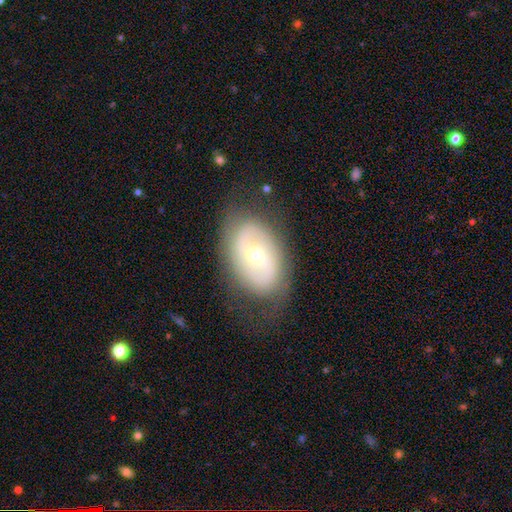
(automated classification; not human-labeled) Smooth or featured?
  - featured or disk: 56% *
  - smooth: 36%
  - star or artifact: 8%
Edge-on disk?
  - no: 92% *
  - yes: 8%
Bar?
  - no: 69% *
  - weak: 22%
  - strong: 9%
Spiral arms?
  - no: 58% *
  - yes: 42%
Bulge size?
  - small: 49% *
  - moderate: 47%
  - large: 2%
  - dominant: 1%
  - none: 1%
Merging?
  - none: 72% *
  - minor disturbance: 17%
  - major disturbance: 10%
  - merger: 1%